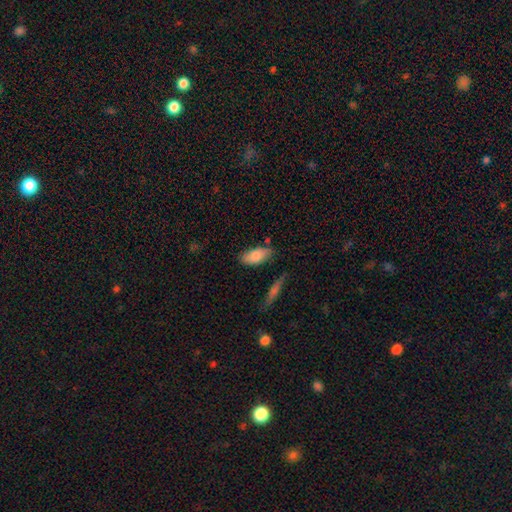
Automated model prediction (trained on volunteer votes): smooth-or-featured: smooth: 82% | featured or disk: 12% | star or artifact: 6%
  how-rounded: in between: 88% | cigar-shaped: 10% | round: 2%
  merging: none: 72% | minor disturbance: 19% | merger: 6% | major disturbance: 4%